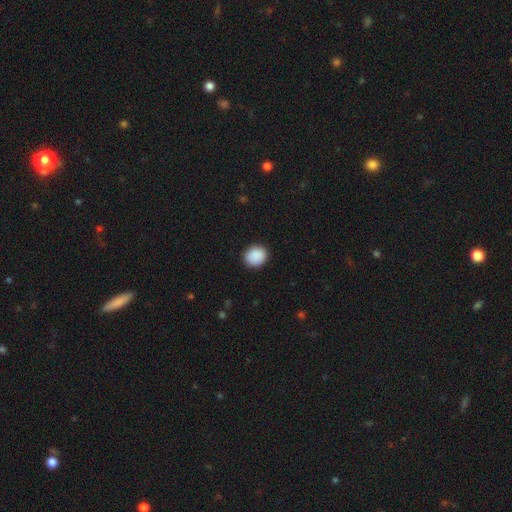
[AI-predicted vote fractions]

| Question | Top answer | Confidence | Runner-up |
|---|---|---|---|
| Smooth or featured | smooth | 90% | star or artifact (7%) |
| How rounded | round | 71% | in between (28%) |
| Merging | none | 90% | minor disturbance (7%) |